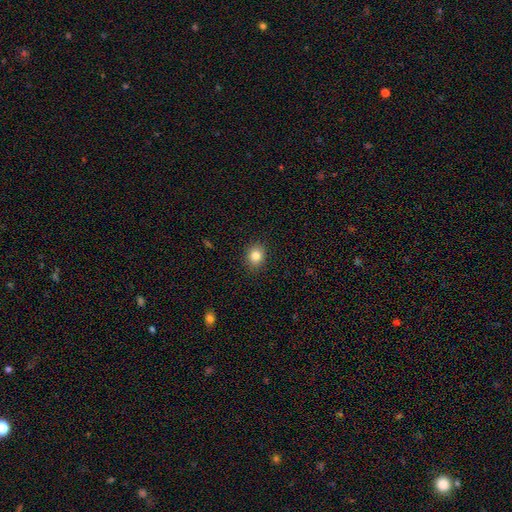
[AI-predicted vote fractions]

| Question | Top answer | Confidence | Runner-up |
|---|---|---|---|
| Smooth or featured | smooth | 83% | star or artifact (11%) |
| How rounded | round | 65% | in between (34%) |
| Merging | none | 89% | minor disturbance (8%) |